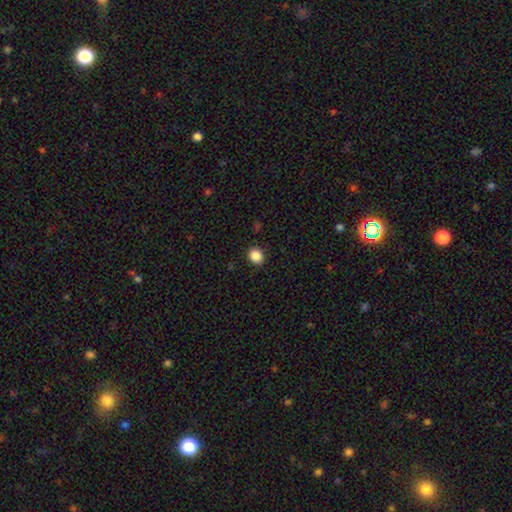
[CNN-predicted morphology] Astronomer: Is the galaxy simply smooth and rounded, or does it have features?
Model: smooth — 87%.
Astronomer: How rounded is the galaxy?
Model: round — 76%.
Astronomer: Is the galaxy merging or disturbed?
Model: none — 90%.